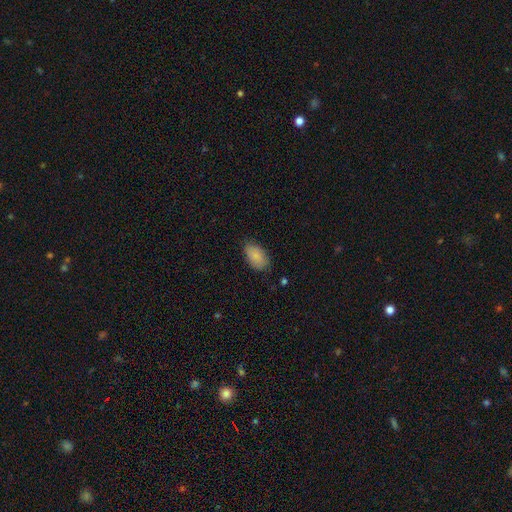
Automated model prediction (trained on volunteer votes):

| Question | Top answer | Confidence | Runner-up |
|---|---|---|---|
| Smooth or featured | smooth | 84% | featured or disk (8%) |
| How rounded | in between | 92% | round (6%) |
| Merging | none | 75% | minor disturbance (20%) |